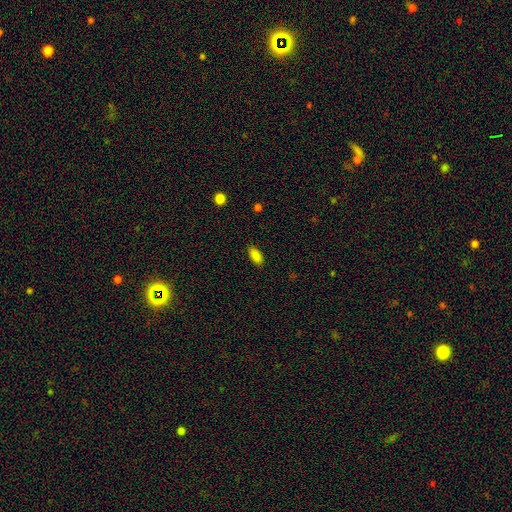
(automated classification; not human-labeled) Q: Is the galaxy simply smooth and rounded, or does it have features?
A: smooth — 87%.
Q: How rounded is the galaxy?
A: in between — 90%.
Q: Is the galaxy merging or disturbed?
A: none — 86%.